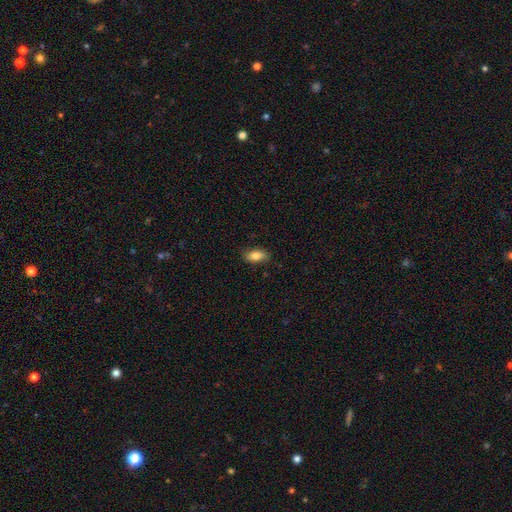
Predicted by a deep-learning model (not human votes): Smooth or featured: smooth — 86% (star or artifact — 7%)
How rounded: in between — 87% (cigar-shaped — 9%)
Merging: none — 82% (minor disturbance — 14%)